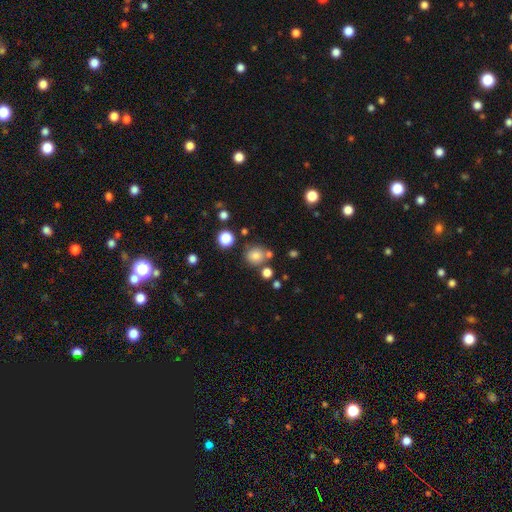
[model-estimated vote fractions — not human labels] The model was most divided on "merging": none: 73%, merger: 12%, minor disturbance: 11%, major disturbance: 4%. More confident: how rounded — round (87%); smooth or featured — smooth (78%).